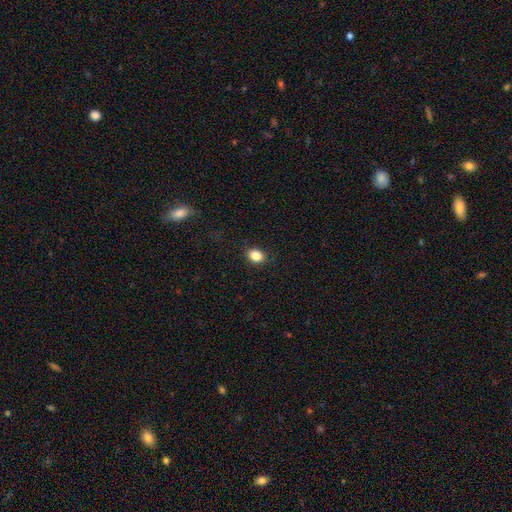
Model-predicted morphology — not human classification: smooth 85%, star or artifact 10%, featured or disk 5%. Down the decision tree: how rounded — in between (59%); merging — none (88%).